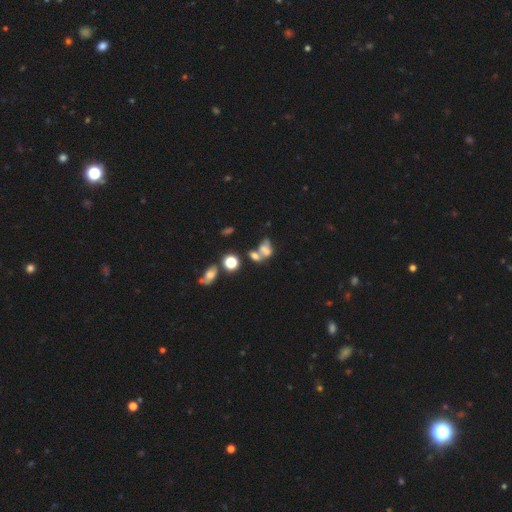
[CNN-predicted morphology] smooth-or-featured: smooth: 54% | featured or disk: 28% | star or artifact: 19%
  how-rounded: in between: 72% | round: 25% | cigar-shaped: 3%
  merging: merger: 57% | none: 20% | major disturbance: 12% | minor disturbance: 11%